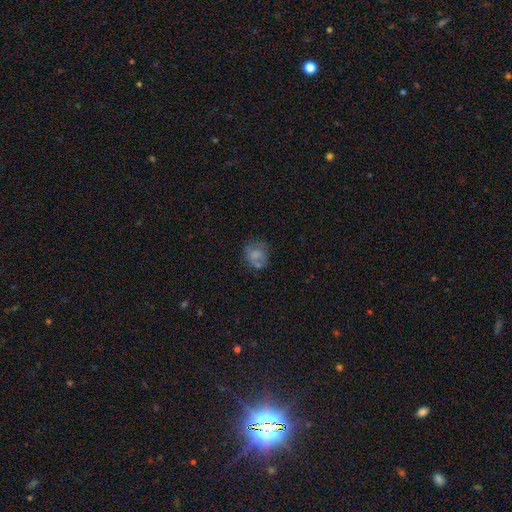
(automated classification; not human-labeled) Smooth or featured? Predicted: smooth (p=0.67). How rounded? Predicted: round (p=0.73). Merging? Predicted: none (p=0.57).